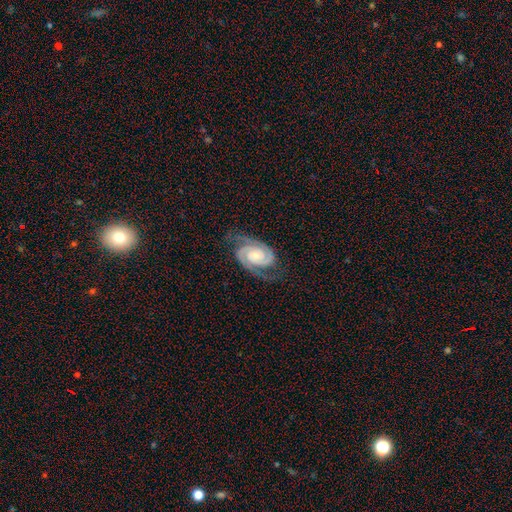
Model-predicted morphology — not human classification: Smooth or featured? featured or disk (92%)
Edge-on disk? no (98%)
Bar? no (68%)
Spiral arms? yes (99%)
Spiral winding? tight (61%)
Spiral arm count? 2 (91%)
Bulge size? small (55%)
Merging? none (77%)